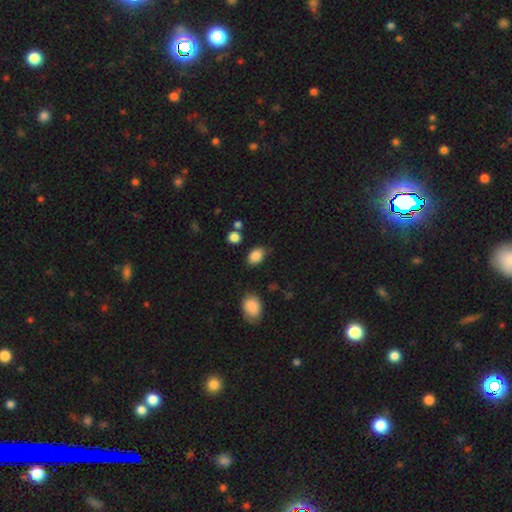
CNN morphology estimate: smooth-or-featured: smooth: 86% | star or artifact: 9% | featured or disk: 5%
  how-rounded: in between: 77% | round: 22% | cigar-shaped: 1%
  merging: none: 76% | minor disturbance: 17% | major disturbance: 4% | merger: 3%